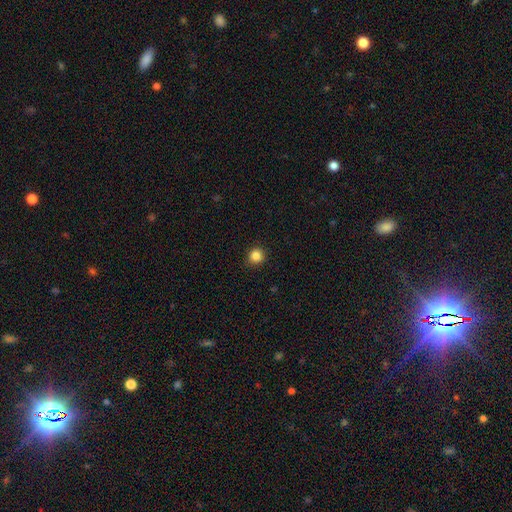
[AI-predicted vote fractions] Q: Smooth or featured?
A: smooth (86%); runner-up: star or artifact (11%)
Q: How rounded?
A: round (92%); runner-up: in between (7%)
Q: Merging?
A: none (90%); runner-up: minor disturbance (7%)